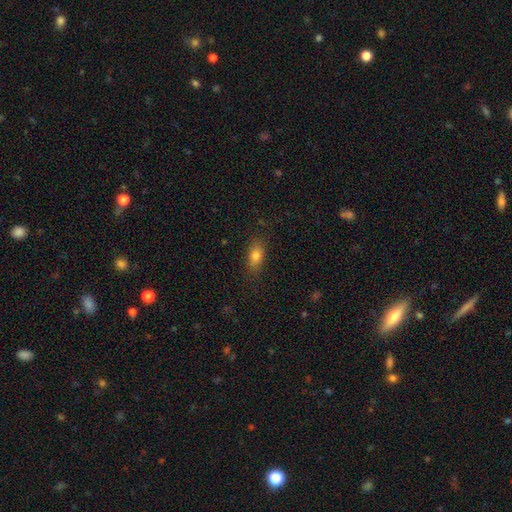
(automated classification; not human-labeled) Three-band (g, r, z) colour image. It shows a smooth galaxy with no disk features (80%) that is in between round and cigar-shaped (81%). Merging: none (82%).